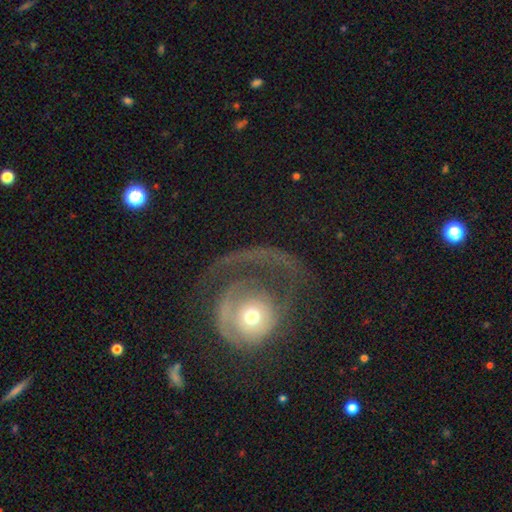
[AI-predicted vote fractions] Q: Smooth or featured?
A: featured or disk (63%); runner-up: smooth (28%)
Q: Edge-on disk?
A: no (96%); runner-up: yes (4%)
Q: Bar?
A: no (83%); runner-up: weak (12%)
Q: Spiral arms?
A: yes (52%); runner-up: no (48%)
Q: Bulge size?
A: moderate (56%); runner-up: small (35%)
Q: Merging?
A: major disturbance (46%); runner-up: none (36%)